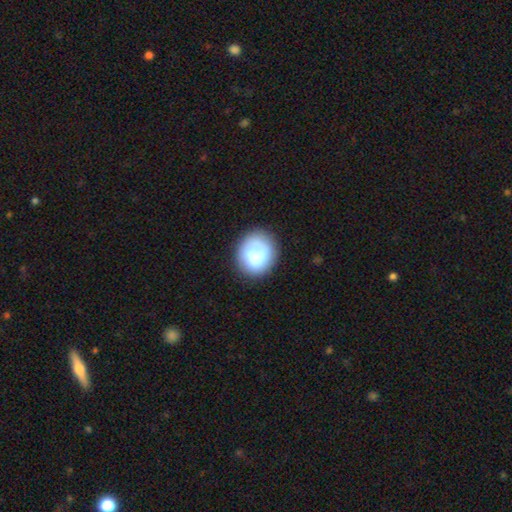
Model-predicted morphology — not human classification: Overall: smooth (76%). How rounded: round (71%). Merging: none (66%).